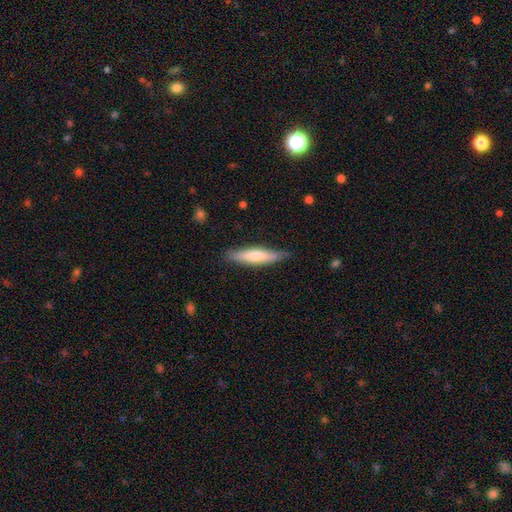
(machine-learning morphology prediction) Q: Smooth or featured?
A: smooth (61%); runner-up: featured or disk (34%)
Q: How rounded?
A: cigar-shaped (82%); runner-up: in between (17%)
Q: Merging?
A: none (81%); runner-up: minor disturbance (15%)